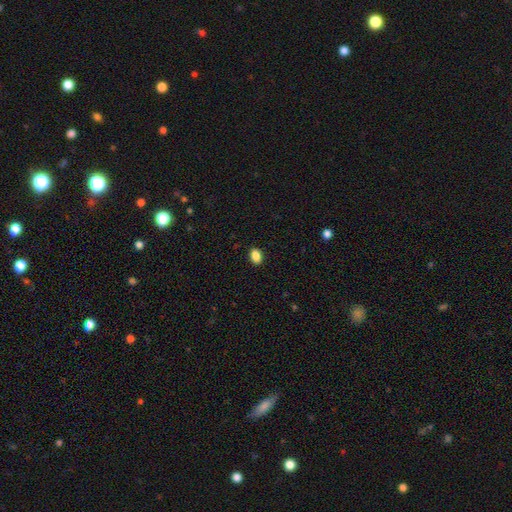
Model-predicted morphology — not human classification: type=smooth (88%); roundness=in between (78%); merging=none (90%).